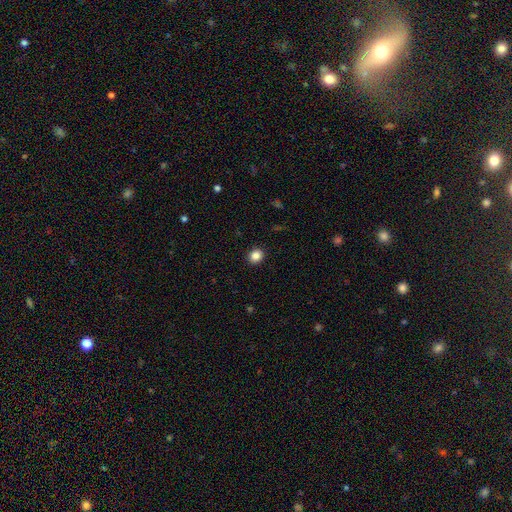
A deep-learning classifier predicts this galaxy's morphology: smooth 85%, star or artifact 10%, featured or disk 4%. Down the decision tree: how rounded — round (73%); merging — none (92%).